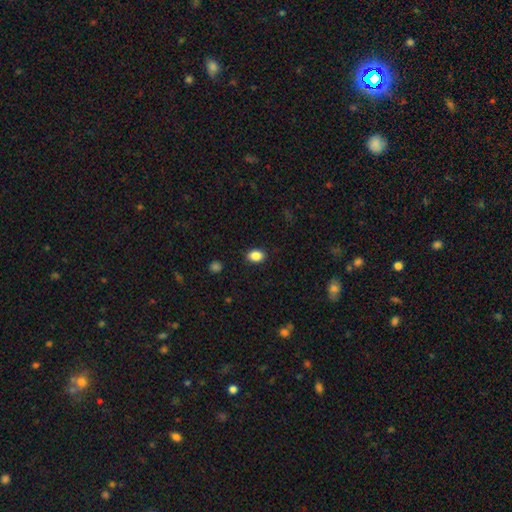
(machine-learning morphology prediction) This is clearly a smooth galaxy (87%). How rounded: likely in between (72%). Merging: clearly none (88%).